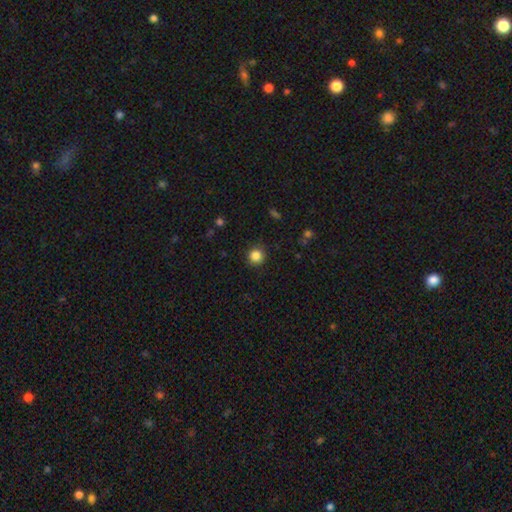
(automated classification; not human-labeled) Smooth or featured? Predicted: smooth (p=0.85). How rounded? Predicted: round (p=0.94). Merging? Predicted: none (p=0.90).